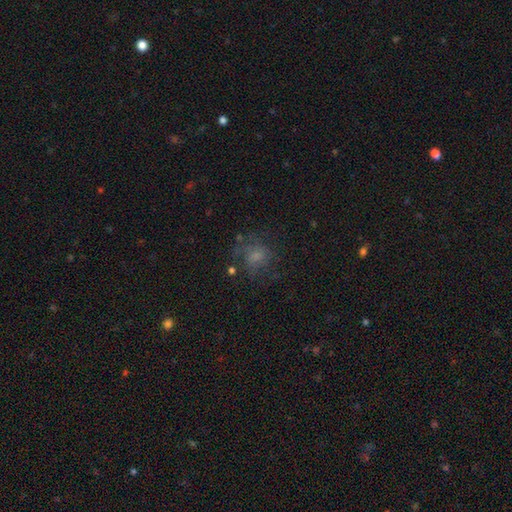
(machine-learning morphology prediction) A smooth galaxy with no disk features (51%) that is round (70%). Merging: none (57%).